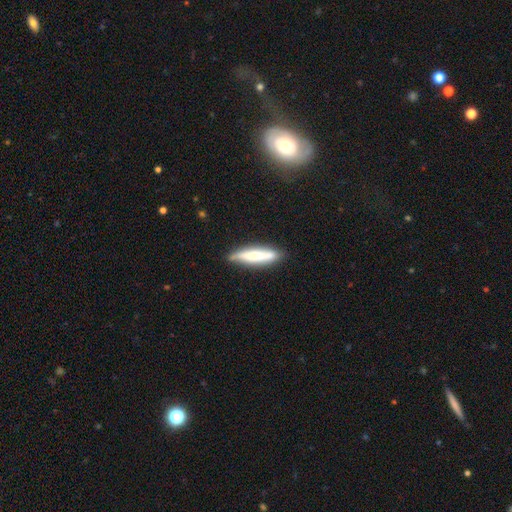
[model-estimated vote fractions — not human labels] Smooth or featured?
  - smooth: 62% *
  - featured or disk: 33%
  - star or artifact: 6%
How rounded?
  - cigar-shaped: 80% *
  - in between: 19%
  - round: 1%
Merging?
  - none: 79% *
  - minor disturbance: 16%
  - major disturbance: 3%
  - merger: 2%